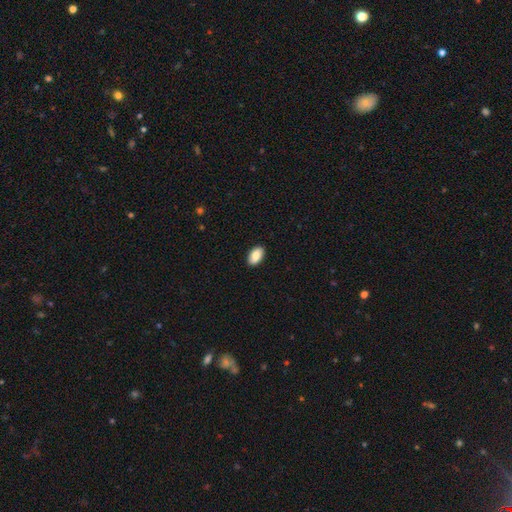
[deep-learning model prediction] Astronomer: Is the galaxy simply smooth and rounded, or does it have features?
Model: smooth — 84%.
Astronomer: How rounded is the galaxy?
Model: in between — 93%.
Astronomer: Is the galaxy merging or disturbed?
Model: none — 89%.